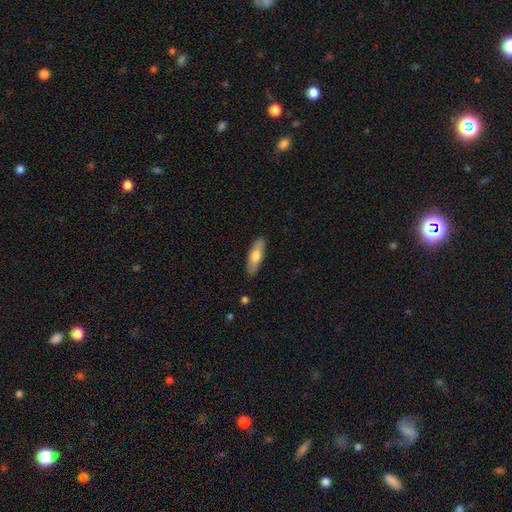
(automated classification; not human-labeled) The model was most divided on "how rounded": in between: 55%, cigar-shaped: 43%, round: 2%. More confident: merging — none (86%); smooth or featured — smooth (72%).